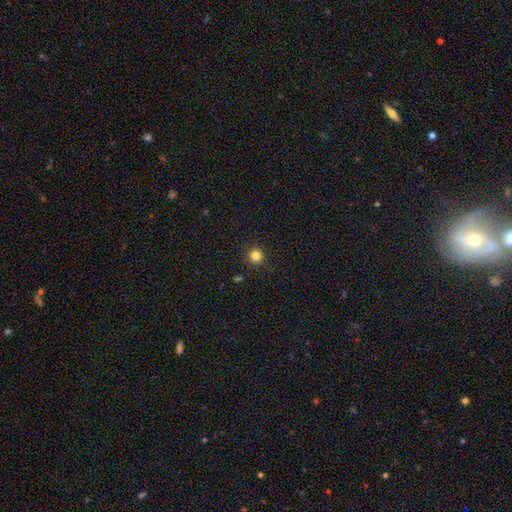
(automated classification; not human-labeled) The model was most divided on "smooth or featured": smooth: 82%, star or artifact: 13%, featured or disk: 4%. More confident: how rounded — round (95%); merging — none (91%).